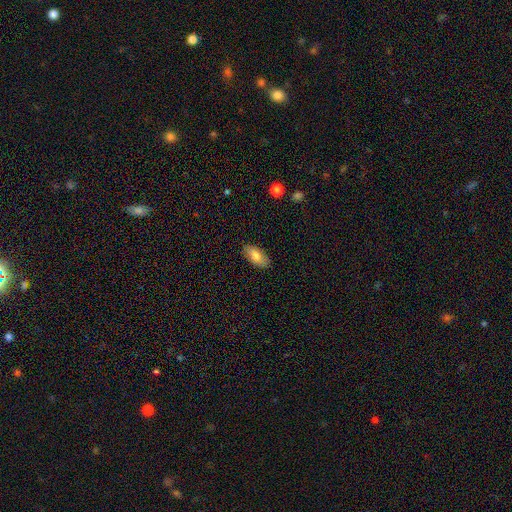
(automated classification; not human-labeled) smooth 78%, featured or disk 15%, star or artifact 7%. Down the decision tree: how rounded — in between (90%); merging — none (86%).